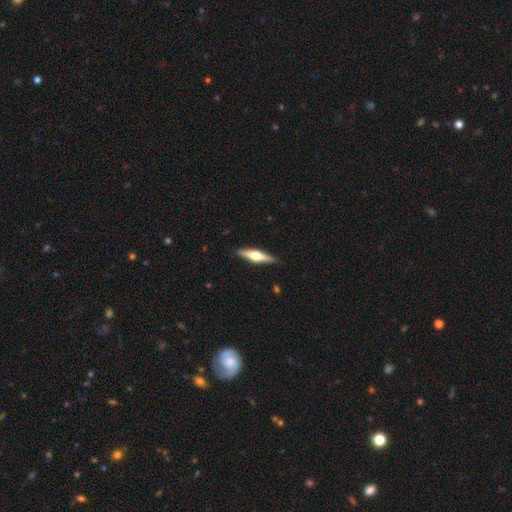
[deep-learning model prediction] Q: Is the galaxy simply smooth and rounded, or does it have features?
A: featured or disk — 66%.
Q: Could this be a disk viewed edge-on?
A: yes — 97%.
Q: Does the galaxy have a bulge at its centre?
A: rounded — 94%.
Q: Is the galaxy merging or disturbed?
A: none — 90%.